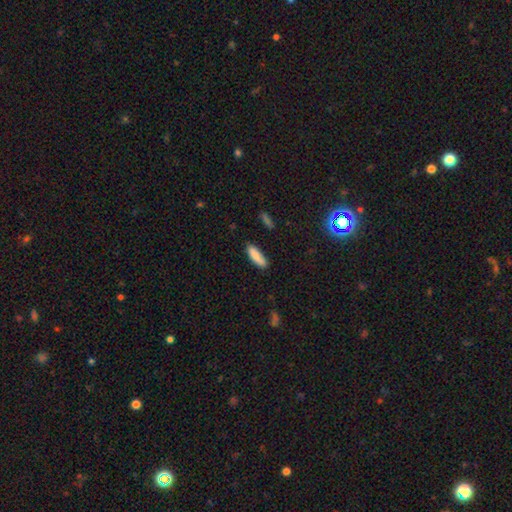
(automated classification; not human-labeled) Q: Smooth or featured?
A: smooth (86%); runner-up: featured or disk (7%)
Q: How rounded?
A: cigar-shaped (51%); runner-up: in between (47%)
Q: Merging?
A: none (80%); runner-up: minor disturbance (15%)